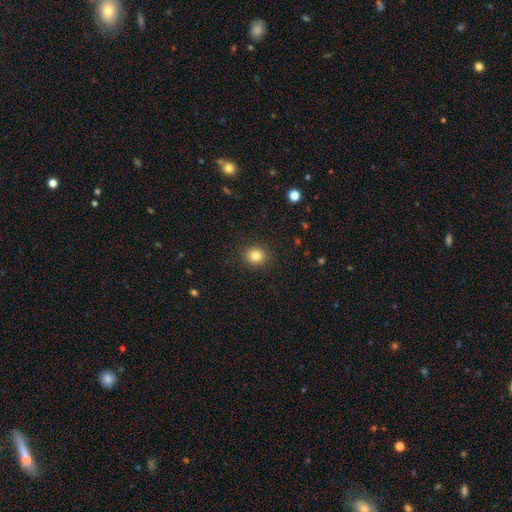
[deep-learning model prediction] A smooth galaxy with no disk features (83%) that is round (81%).

Vote fractions:
- Smooth or featured? smooth: 83% / star or artifact: 11% / featured or disk: 6%
- How rounded? round: 81% / in between: 18% / cigar-shaped: 1%
- Merging? none: 90% / minor disturbance: 6% / major disturbance: 2% / merger: 1%